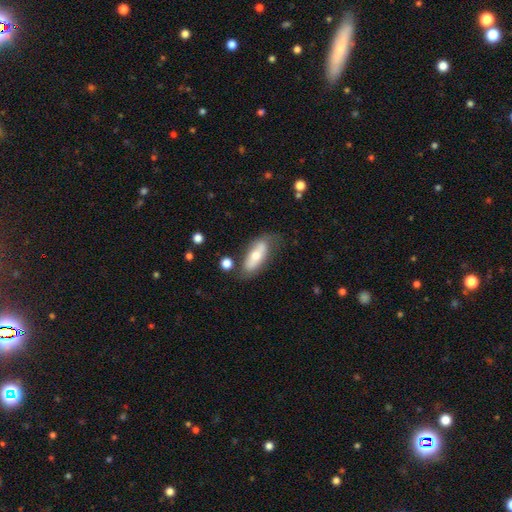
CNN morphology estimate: smooth_or_featured: smooth (p=0.52) [alt: featured or disk p=0.41]
how_rounded: in between (p=0.72) [alt: cigar-shaped p=0.25]
merging: none (p=0.63) [alt: minor disturbance p=0.22]